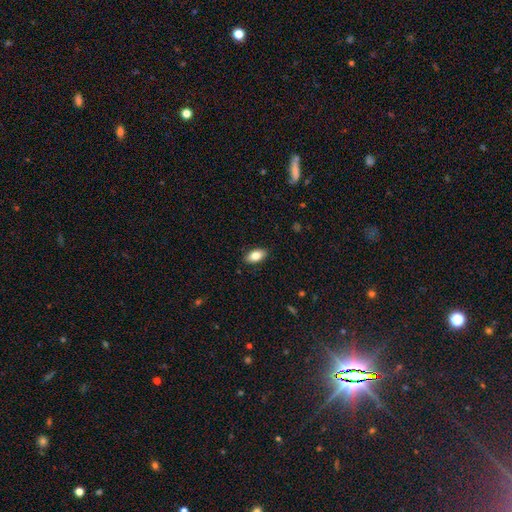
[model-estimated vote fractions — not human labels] Smooth or featured? smooth (80%)
How rounded? in between (91%)
Merging? none (89%)